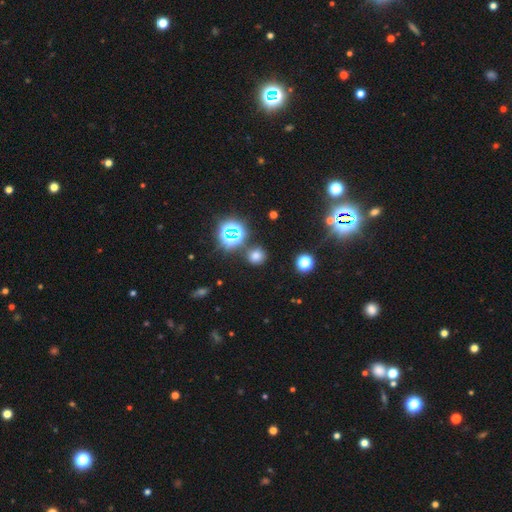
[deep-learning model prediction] Smooth or featured: smooth — 66% (star or artifact — 28%)
How rounded: round — 88% (in between — 11%)
Merging: none — 84% (minor disturbance — 8%)